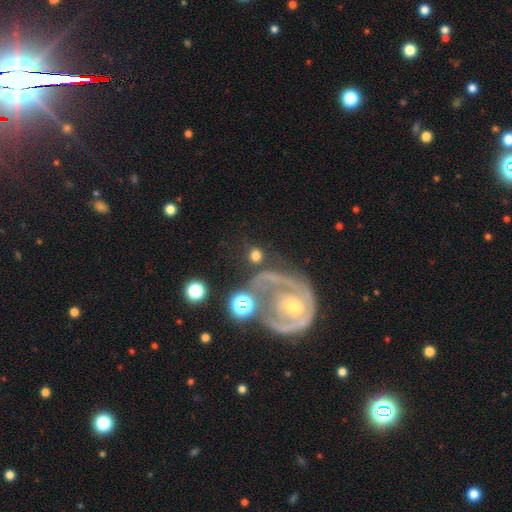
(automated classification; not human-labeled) Smooth or featured: smooth — 63% (featured or disk — 25%)
How rounded: round — 85% (in between — 13%)
Merging: none — 65% (minor disturbance — 12%)